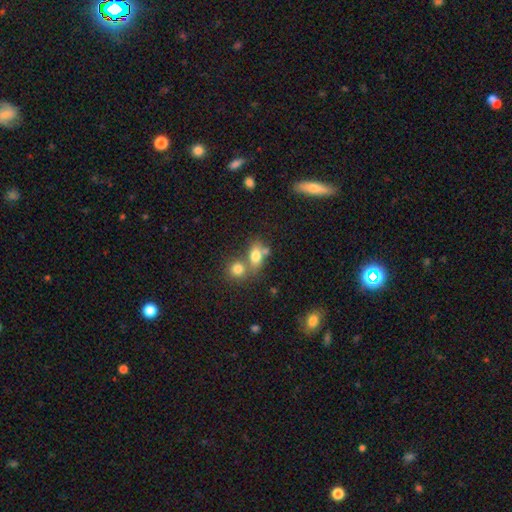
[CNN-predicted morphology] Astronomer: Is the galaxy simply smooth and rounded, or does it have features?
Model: smooth — 76%.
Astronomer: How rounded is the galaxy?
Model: in between — 73%.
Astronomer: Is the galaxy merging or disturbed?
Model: merger — 47% (runner-up: none, 37%).